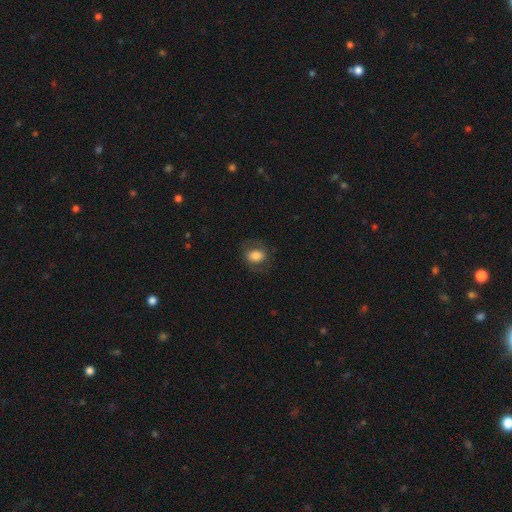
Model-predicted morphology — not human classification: Smooth or featured?
  - smooth: 73% *
  - featured or disk: 19%
  - star or artifact: 8%
How rounded?
  - in between: 67% *
  - round: 32%
  - cigar-shaped: 1%
Merging?
  - none: 75% *
  - minor disturbance: 15%
  - major disturbance: 9%
  - merger: 1%